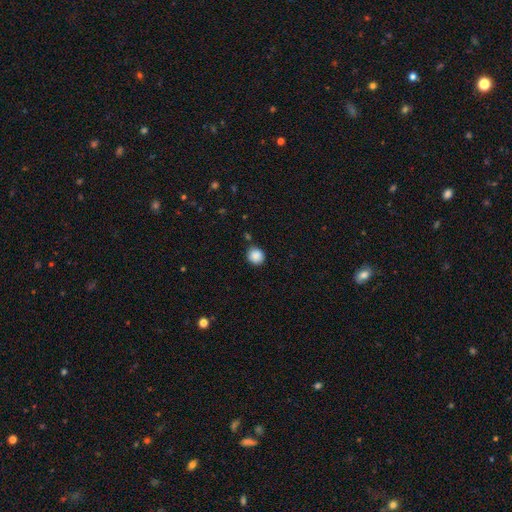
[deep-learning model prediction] This appears to be a smooth galaxy with no disk features (88%) that is round (86%). Merging: none (82%).